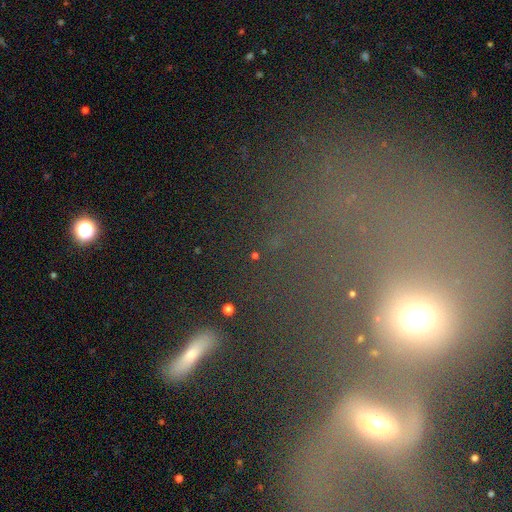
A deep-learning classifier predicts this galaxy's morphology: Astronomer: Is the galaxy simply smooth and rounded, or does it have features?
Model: star or artifact — 64%.